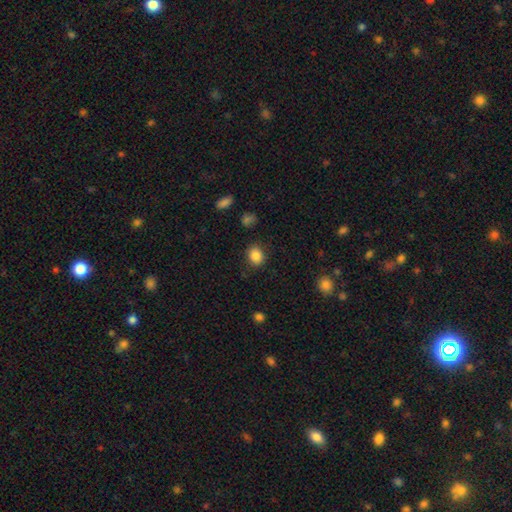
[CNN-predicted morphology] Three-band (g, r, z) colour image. It shows a smooth galaxy with no disk features (85%) that is round (62%). Merging: none (86%).